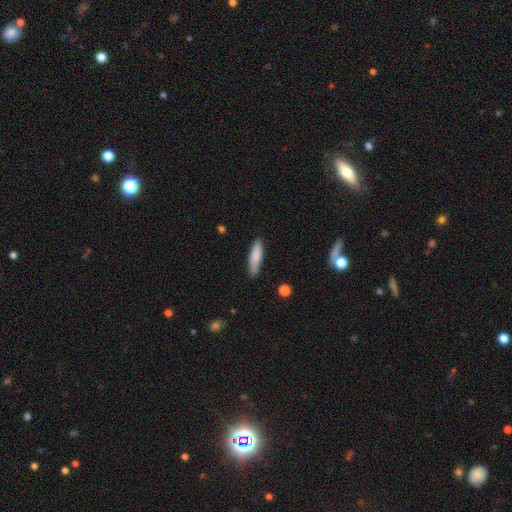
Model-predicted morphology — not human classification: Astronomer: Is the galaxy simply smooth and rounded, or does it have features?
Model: smooth — 83%.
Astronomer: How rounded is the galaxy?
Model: cigar-shaped — 63%.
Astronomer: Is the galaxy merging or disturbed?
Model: none — 82%.